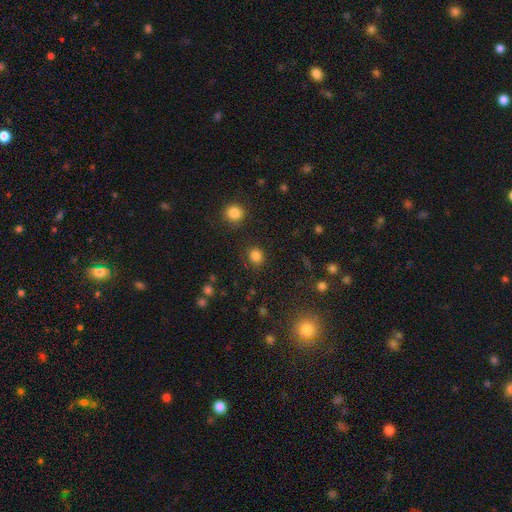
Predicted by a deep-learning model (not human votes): smooth 83%, star or artifact 13%, featured or disk 4%. Down the decision tree: how rounded — round (81%); merging — none (88%).